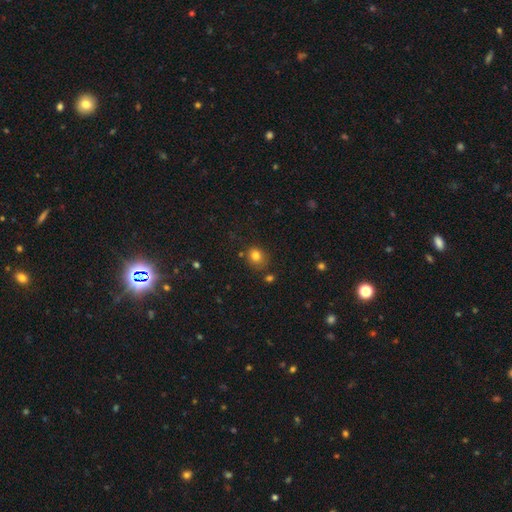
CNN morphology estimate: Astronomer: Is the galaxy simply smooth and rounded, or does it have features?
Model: smooth — 80%.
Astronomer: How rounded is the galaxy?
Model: round — 71%.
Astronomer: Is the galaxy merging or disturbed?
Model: none — 74%.